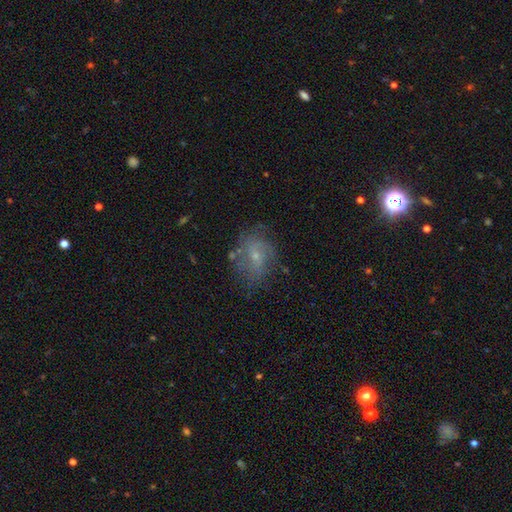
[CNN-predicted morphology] A featured or disk galaxy (57%) with no bar (57%), spiral arms (68%) and a small central bulge (69%).

Vote fractions:
- Smooth or featured? featured or disk: 57% / smooth: 31% / star or artifact: 12%
- Edge-on disk? no: 96% / yes: 4%
- Bar? no: 57% / weak: 37% / strong: 7%
- Spiral arms? yes: 68% / no: 32%
- Bulge size? small: 69% / moderate: 24% / none: 5% / large: 1% / dominant: 1%
- Merging? none: 63% / minor disturbance: 22% / major disturbance: 12% / merger: 3%